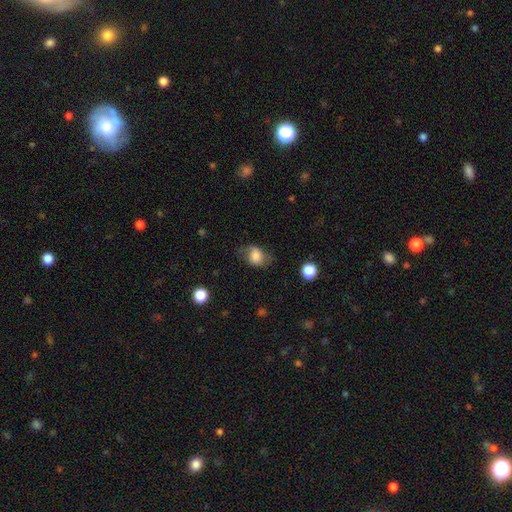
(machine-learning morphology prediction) Q: Smooth or featured?
A: smooth (71%); runner-up: featured or disk (20%)
Q: How rounded?
A: in between (64%); runner-up: round (35%)
Q: Merging?
A: none (55%); runner-up: minor disturbance (28%)